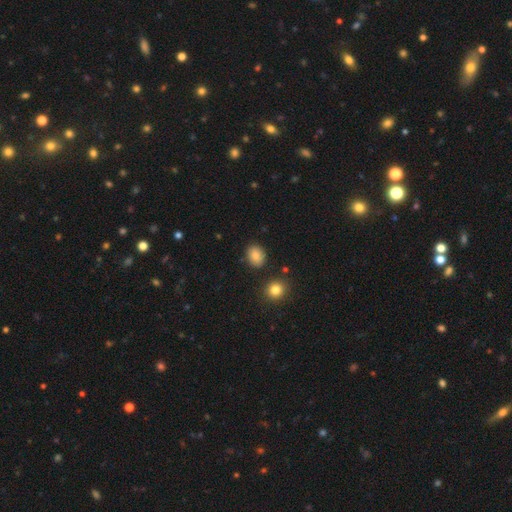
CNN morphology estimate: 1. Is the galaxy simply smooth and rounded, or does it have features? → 86% smooth, 9% star or artifact, 5% featured or disk.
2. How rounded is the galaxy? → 54% in between, 45% round, 1% cigar-shaped.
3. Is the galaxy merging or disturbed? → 86% none, 9% minor disturbance, 3% merger, 2% major disturbance.